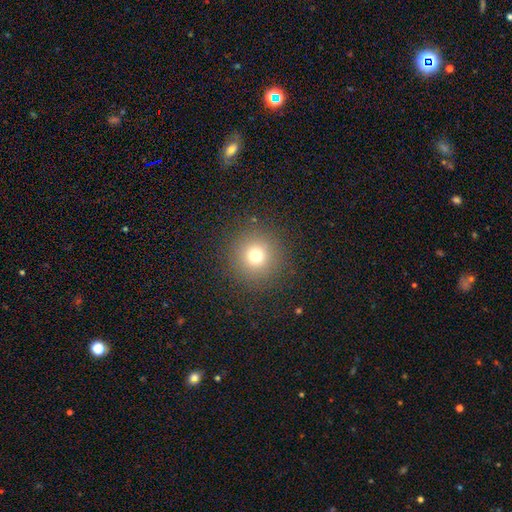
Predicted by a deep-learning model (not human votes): This is likely a smooth galaxy (73%). How rounded: clearly round (95%). Merging: clearly none (89%).